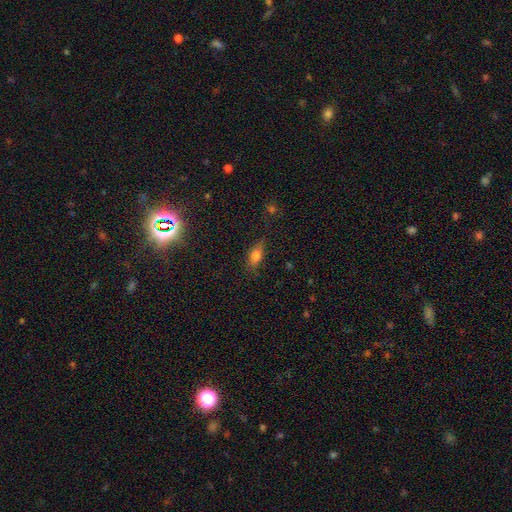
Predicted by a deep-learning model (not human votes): smooth-or-featured: smooth: 73% | featured or disk: 17% | star or artifact: 11%
  how-rounded: in between: 79% | cigar-shaped: 14% | round: 6%
  merging: none: 78% | minor disturbance: 16% | major disturbance: 4% | merger: 2%